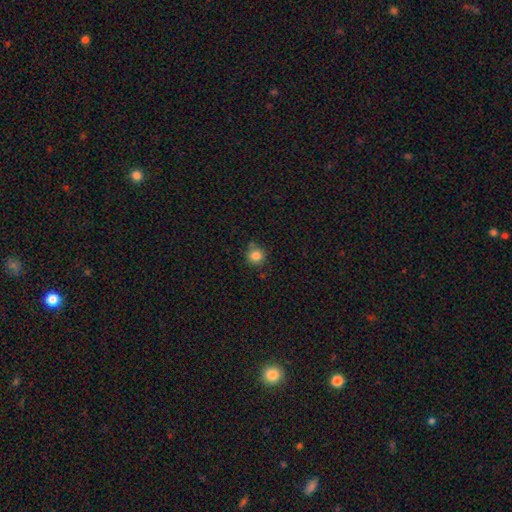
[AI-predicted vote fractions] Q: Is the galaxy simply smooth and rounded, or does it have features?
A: smooth — 83%.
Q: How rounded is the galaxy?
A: round — 93%.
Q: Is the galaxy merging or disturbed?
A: none — 78%.